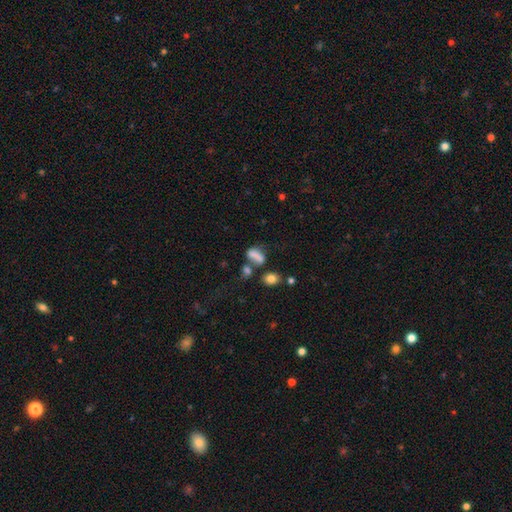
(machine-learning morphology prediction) Overall: smooth (68%). How rounded: in between (75%). Merging: merger (37%; none 32%).